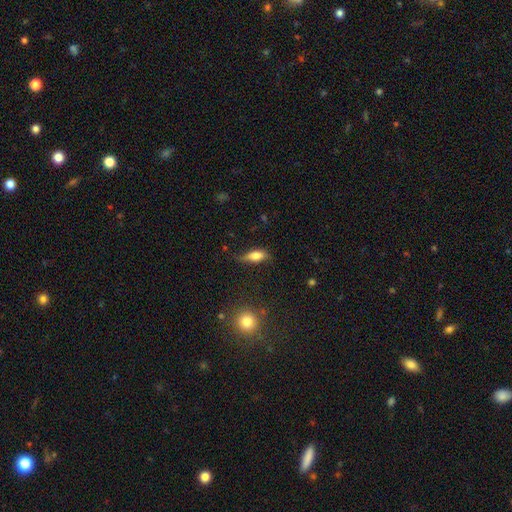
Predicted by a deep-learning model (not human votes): smooth_or_featured: smooth (p=0.71) [alt: featured or disk p=0.21]
how_rounded: in between (p=0.74) [alt: cigar-shaped p=0.22]
merging: none (p=0.59) [alt: minor disturbance p=0.29]